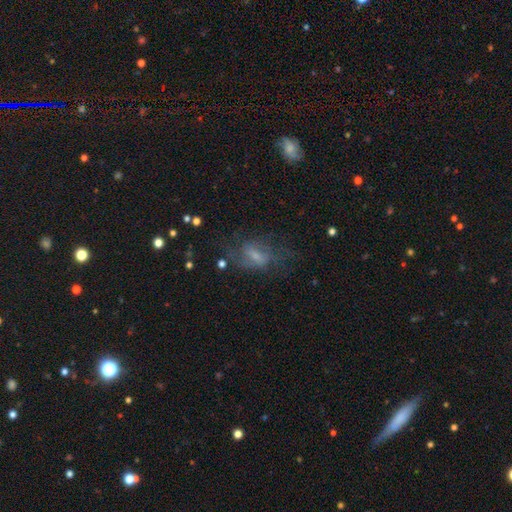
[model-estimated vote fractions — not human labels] This is marginally a smooth galaxy (41%, tied with featured or disk). Merging: possibly none (52%).